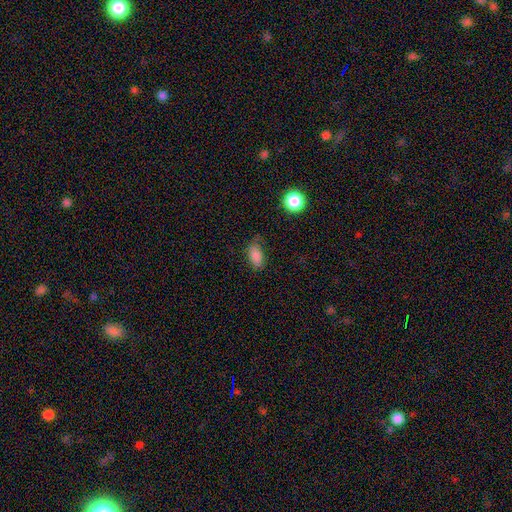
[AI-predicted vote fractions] Overall: smooth (84%). How rounded: in between (90%). Merging: none (63%; minor disturbance 27%).